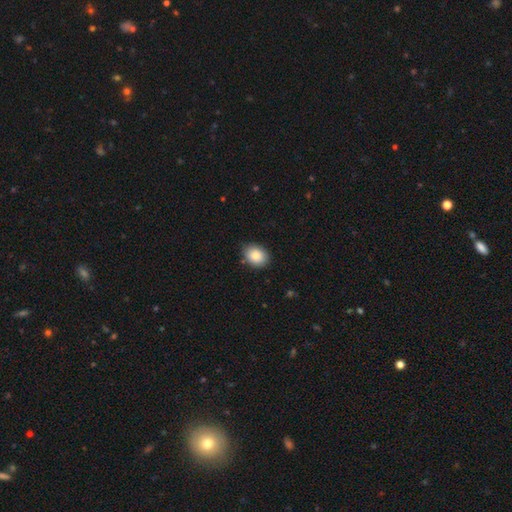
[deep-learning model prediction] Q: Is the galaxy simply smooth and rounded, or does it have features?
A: smooth — 87%.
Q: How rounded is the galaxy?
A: in between — 63%.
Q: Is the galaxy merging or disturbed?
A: none — 83%.